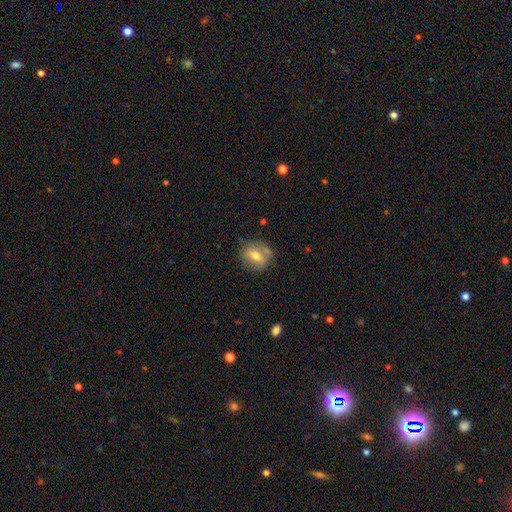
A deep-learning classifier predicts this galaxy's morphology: Smooth or featured: smooth — 56% (featured or disk — 35%)
How rounded: round — 64% (in between — 34%)
Merging: none — 69% (minor disturbance — 19%)